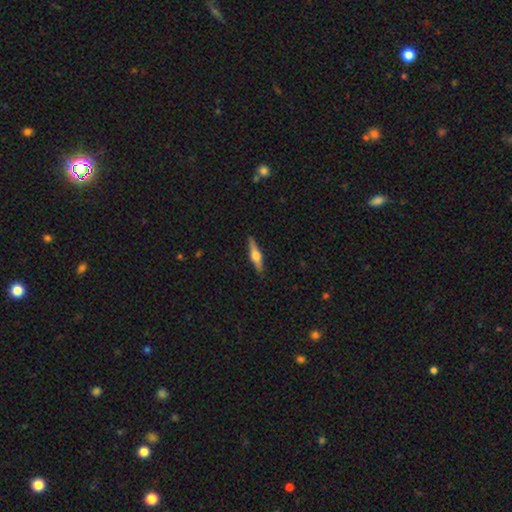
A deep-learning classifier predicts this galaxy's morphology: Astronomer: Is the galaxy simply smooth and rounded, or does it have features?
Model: featured or disk — 65%.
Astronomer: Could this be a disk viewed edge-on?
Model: yes — 97%.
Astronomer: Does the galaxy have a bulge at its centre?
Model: rounded — 94%.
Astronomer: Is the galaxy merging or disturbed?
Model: none — 90%.